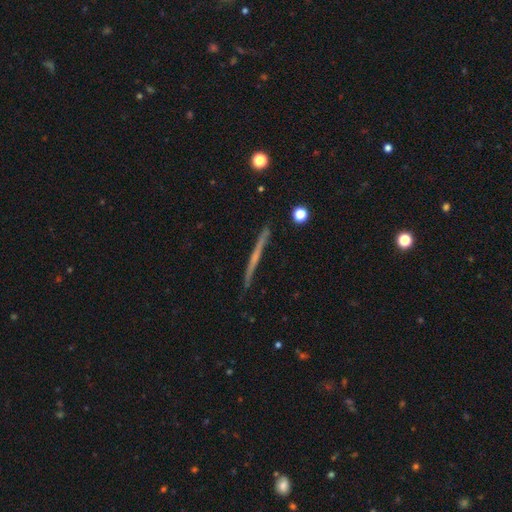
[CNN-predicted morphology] type=featured or disk (60%); edge-on=yes (98%); edge-on bulge=none (81%); merging=none (90%).